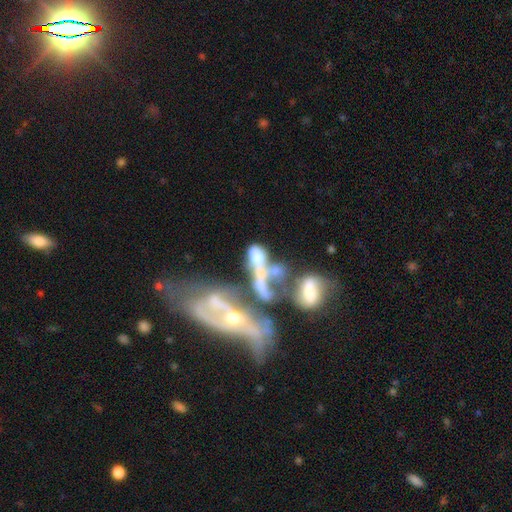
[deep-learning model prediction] smooth_or_featured: featured or disk (p=0.43) [alt: smooth p=0.42]
merging: merger (p=0.63) [alt: major disturbance p=0.19]